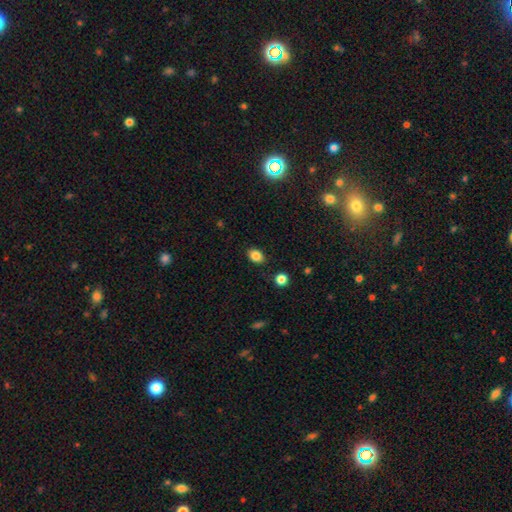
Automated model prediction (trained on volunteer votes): Smooth or featured? smooth (85%)
How rounded? in between (73%)
Merging? none (86%)